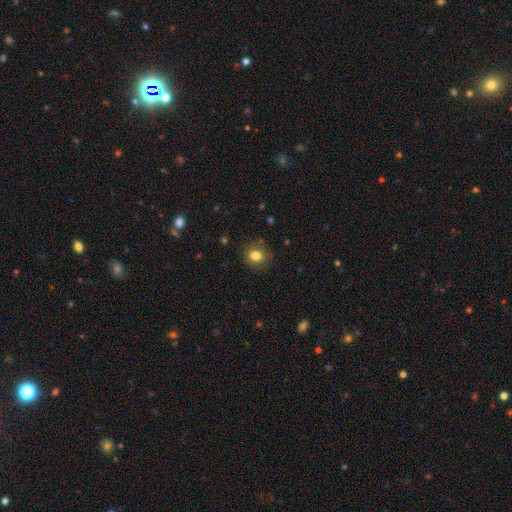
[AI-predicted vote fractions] smooth_or_featured: smooth (p=0.81) [alt: star or artifact p=0.11]
how_rounded: round (p=0.76) [alt: in between p=0.23]
merging: none (p=0.86) [alt: minor disturbance p=0.10]